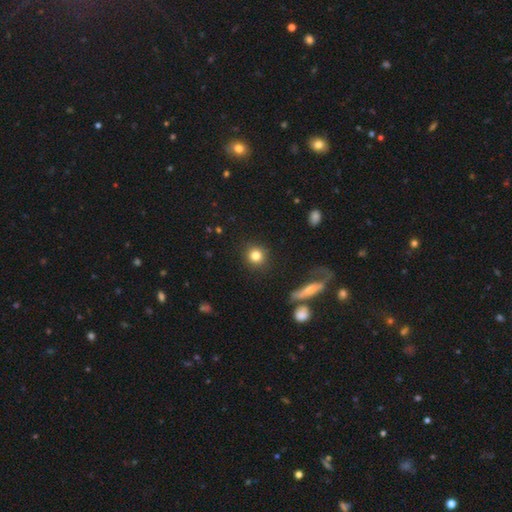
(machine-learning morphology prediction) The model was most divided on "smooth or featured": smooth: 82%, star or artifact: 11%, featured or disk: 7%. More confident: how rounded — round (91%); merging — none (89%).